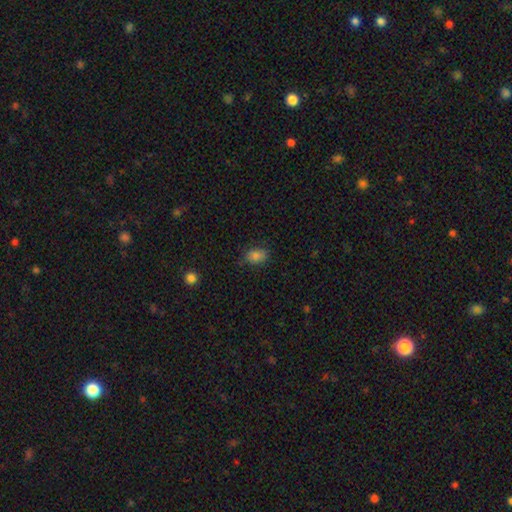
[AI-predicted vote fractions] Smooth or featured? smooth (83%)
How rounded? in between (77%)
Merging? none (75%)